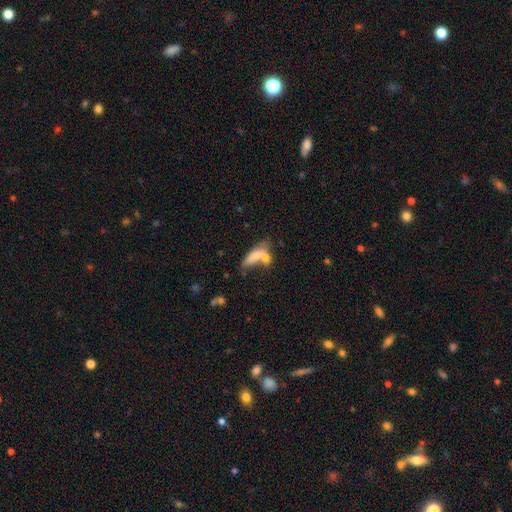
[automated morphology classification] A smooth galaxy with no disk features (65%) that is in between round and cigar-shaped (65%).

Vote fractions:
- Smooth or featured? smooth: 65% / featured or disk: 27% / star or artifact: 8%
- How rounded? in between: 65% / cigar-shaped: 31% / round: 4%
- Merging? merger: 51% / none: 28% / minor disturbance: 13% / major disturbance: 8%